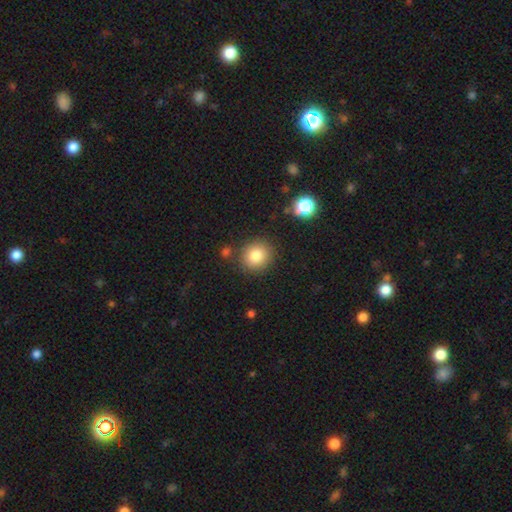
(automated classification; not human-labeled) Q: Smooth or featured?
A: smooth (83%); runner-up: star or artifact (10%)
Q: How rounded?
A: round (85%); runner-up: in between (14%)
Q: Merging?
A: none (84%); runner-up: minor disturbance (9%)